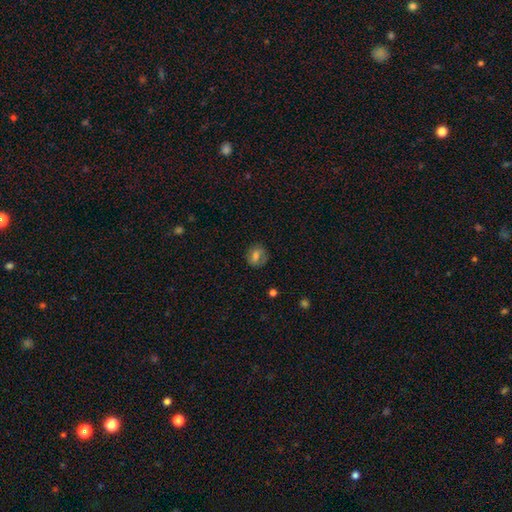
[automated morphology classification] Smooth or featured?
  - smooth: 69% *
  - featured or disk: 20%
  - star or artifact: 11%
How rounded?
  - round: 65% *
  - in between: 33%
  - cigar-shaped: 1%
Merging?
  - none: 74% *
  - minor disturbance: 17%
  - major disturbance: 7%
  - merger: 2%